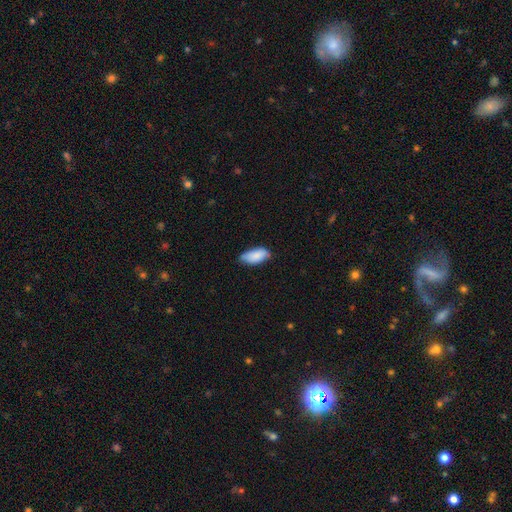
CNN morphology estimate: smooth 86%, featured or disk 8%, star or artifact 6%. Down the decision tree: how rounded — in between (91%); merging — none (68%).